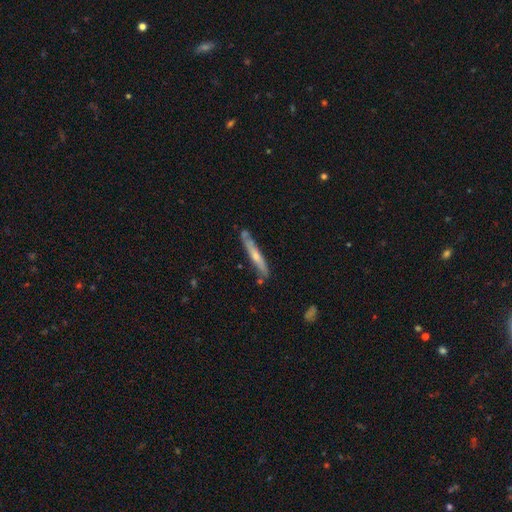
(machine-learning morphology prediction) A featured or disk galaxy (53%) viewed edge-on (88%). Merging: none (75%).